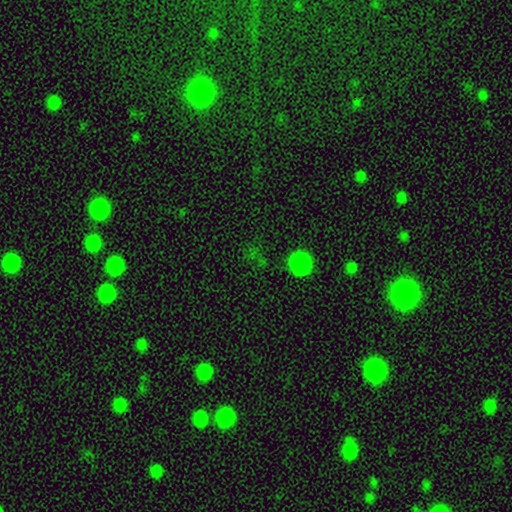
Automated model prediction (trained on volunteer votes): A smooth galaxy with no disk features (52%) that is round (88%). Merging: none (85%).